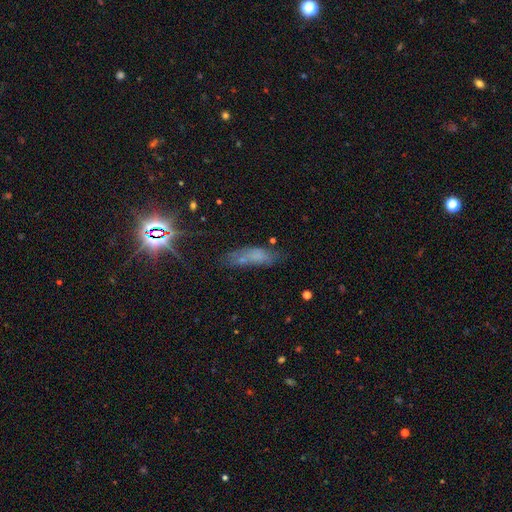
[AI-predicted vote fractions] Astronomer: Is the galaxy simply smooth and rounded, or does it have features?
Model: smooth — 53%.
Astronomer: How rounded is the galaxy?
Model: cigar-shaped — 48%, tied with in between at 48%.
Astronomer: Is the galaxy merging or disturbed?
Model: none — 49% (runner-up: minor disturbance, 26%).